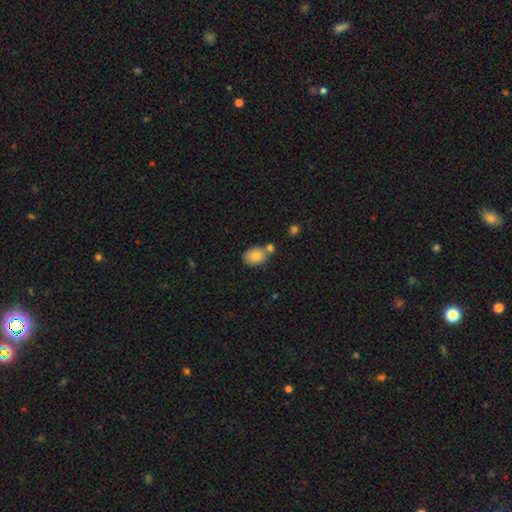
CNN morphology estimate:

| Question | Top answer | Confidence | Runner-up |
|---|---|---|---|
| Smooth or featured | smooth | 81% | featured or disk (11%) |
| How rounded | in between | 78% | round (21%) |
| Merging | none | 55% | merger (26%) |